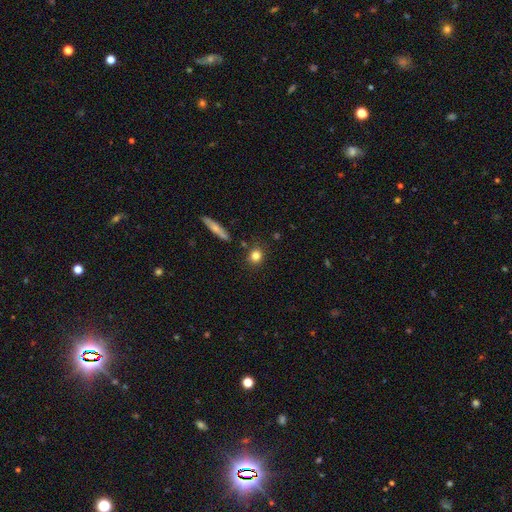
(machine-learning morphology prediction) This is clearly a smooth galaxy (81%). How rounded: clearly round (81%). Merging: clearly none (83%).